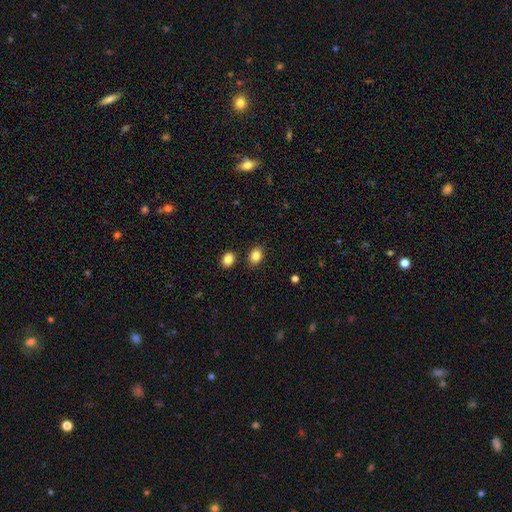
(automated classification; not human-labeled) smooth_or_featured: smooth (p=0.85) [alt: star or artifact p=0.10]
how_rounded: in between (p=0.61) [alt: round p=0.38]
merging: none (p=0.82) [alt: minor disturbance p=0.09]